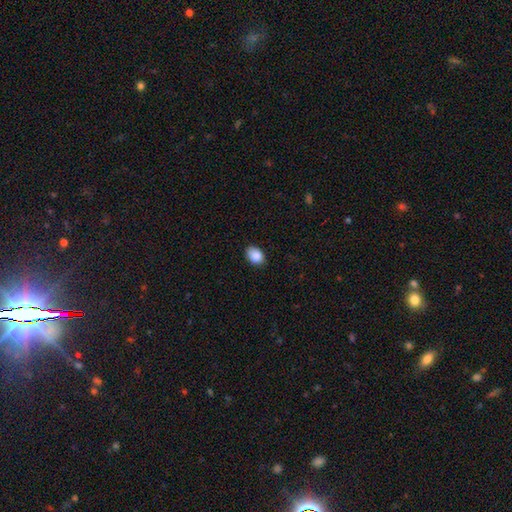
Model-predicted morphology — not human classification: Q: Smooth or featured?
A: smooth (88%); runner-up: star or artifact (8%)
Q: How rounded?
A: in between (78%); runner-up: round (21%)
Q: Merging?
A: none (82%); runner-up: minor disturbance (14%)